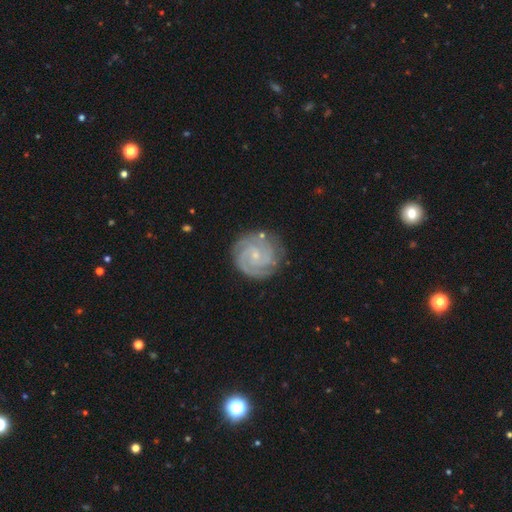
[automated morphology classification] A featured or disk galaxy (88%) with no bar (63%), 3 (34%) tight (76%) spiral arms (98%) and a small central bulge (79%).

Vote fractions:
- Smooth or featured? featured or disk: 88% / smooth: 7% / star or artifact: 5%
- Edge-on disk? no: 98% / yes: 2%
- Bar? no: 63% / weak: 30% / strong: 6%
- Spiral arms? yes: 98% / no: 2%
- Spiral winding? tight: 76% / medium: 21% / loose: 3%
- Spiral arm count? 3: 34% / 2: 32% / can't tell: 14% / 4: 11% / more than 4: 5% / 1: 5%
- Bulge size? small: 79% / moderate: 15% / none: 4% / large: 1% / dominant: 1%
- Merging? none: 80% / minor disturbance: 14% / major disturbance: 4% / merger: 2%